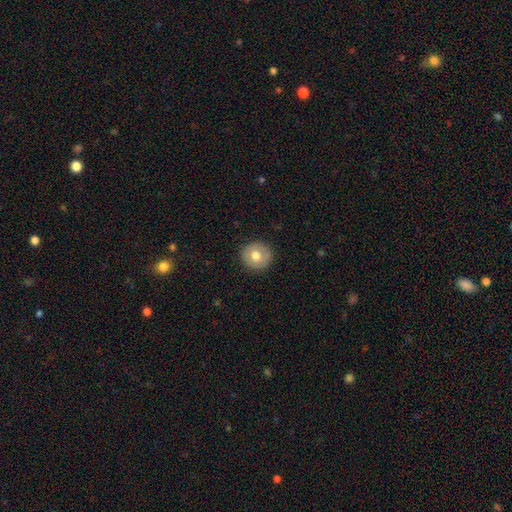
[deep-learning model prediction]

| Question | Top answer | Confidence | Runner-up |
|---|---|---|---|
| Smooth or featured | smooth | 69% | featured or disk (24%) |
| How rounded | round | 94% | in between (5%) |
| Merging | none | 90% | minor disturbance (7%) |